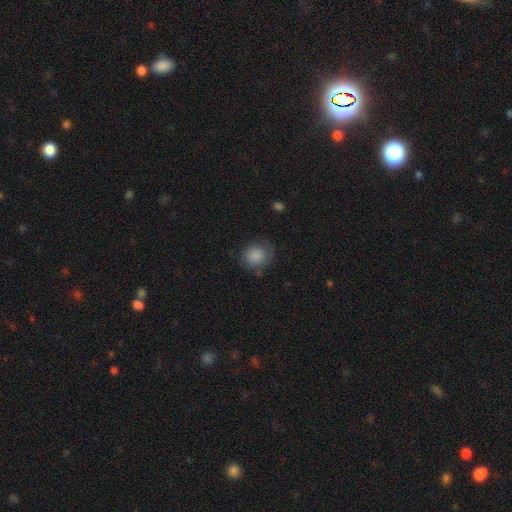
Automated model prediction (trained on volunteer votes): smooth 86%, star or artifact 8%, featured or disk 5%. Down the decision tree: how rounded — round (83%); merging — none (73%).